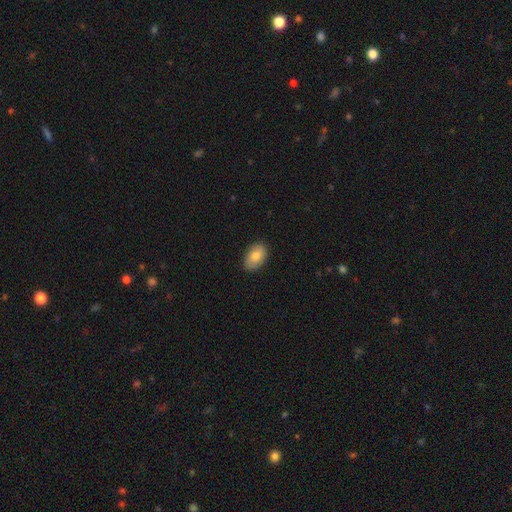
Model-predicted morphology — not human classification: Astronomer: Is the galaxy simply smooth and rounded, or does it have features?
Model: smooth — 75%.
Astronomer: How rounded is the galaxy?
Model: in between — 89%.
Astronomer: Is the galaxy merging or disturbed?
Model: none — 86%.